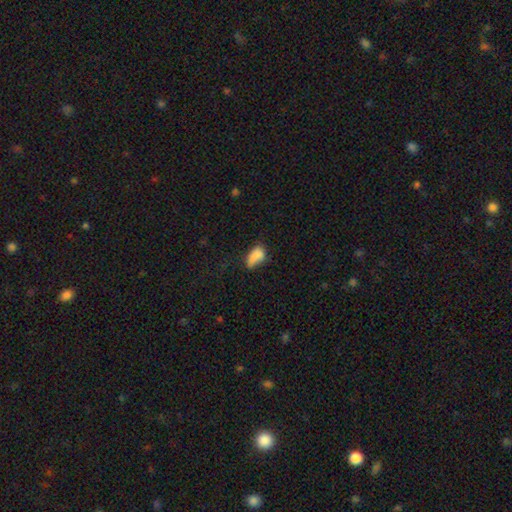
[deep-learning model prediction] smooth-or-featured: smooth: 80% | featured or disk: 10% | star or artifact: 10%
  how-rounded: in between: 89% | cigar-shaped: 6% | round: 5%
  merging: none: 39% | minor disturbance: 35% | major disturbance: 20% | merger: 7%